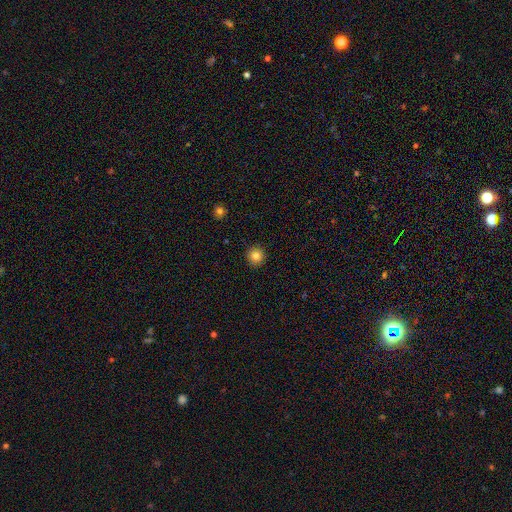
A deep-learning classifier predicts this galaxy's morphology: Q: Smooth or featured?
A: smooth (84%); runner-up: star or artifact (11%)
Q: How rounded?
A: round (95%); runner-up: in between (4%)
Q: Merging?
A: none (92%); runner-up: minor disturbance (5%)